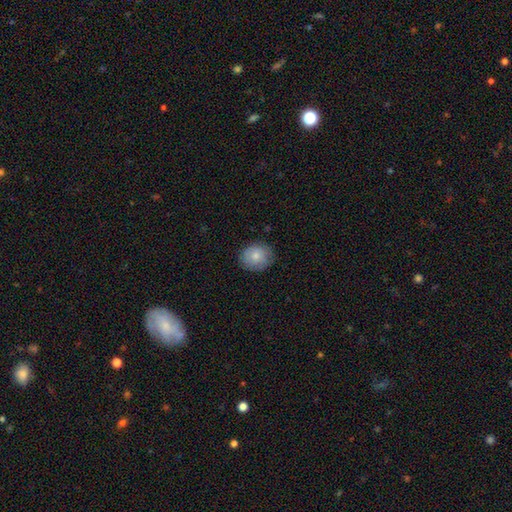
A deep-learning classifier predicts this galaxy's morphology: smooth_or_featured: smooth (p=0.78) [alt: featured or disk p=0.15]
how_rounded: round (p=0.68) [alt: in between p=0.31]
merging: none (p=0.82) [alt: minor disturbance p=0.14]